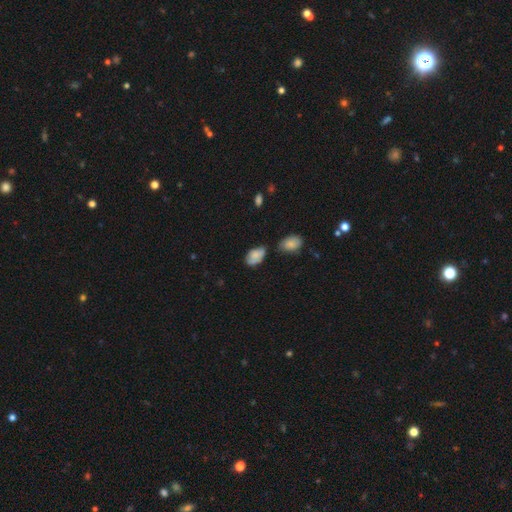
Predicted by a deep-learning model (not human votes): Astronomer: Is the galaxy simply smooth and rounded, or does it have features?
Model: smooth — 74%.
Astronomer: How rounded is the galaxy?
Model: in between — 92%.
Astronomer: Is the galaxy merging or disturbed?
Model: none — 40% (runner-up: minor disturbance, 35%).